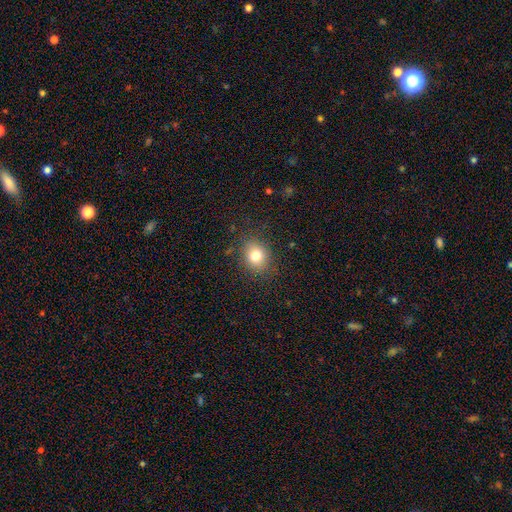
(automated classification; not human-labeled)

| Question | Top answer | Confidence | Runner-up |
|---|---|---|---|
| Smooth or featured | smooth | 78% | star or artifact (13%) |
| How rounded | round | 60% | in between (39%) |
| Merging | none | 84% | minor disturbance (11%) |